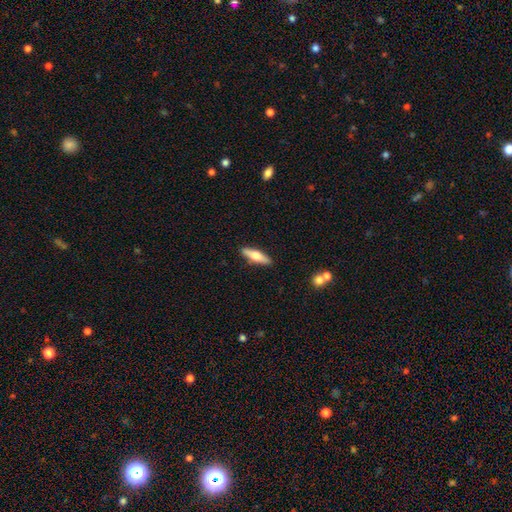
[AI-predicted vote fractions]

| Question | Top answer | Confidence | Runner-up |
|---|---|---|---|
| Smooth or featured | smooth | 55% | featured or disk (40%) |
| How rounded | cigar-shaped | 62% | in between (36%) |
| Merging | none | 89% | minor disturbance (8%) |